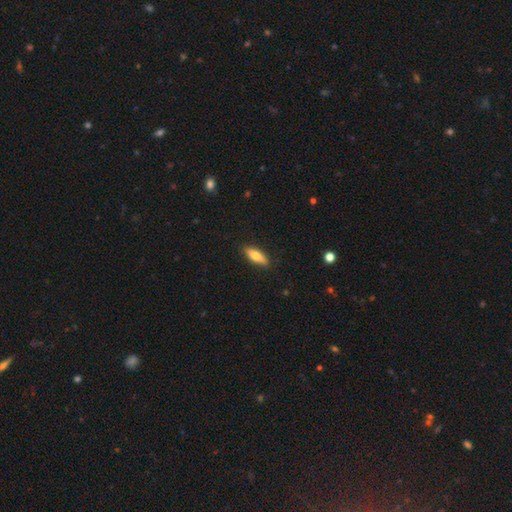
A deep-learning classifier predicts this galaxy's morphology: smooth_or_featured: smooth (p=0.72) [alt: featured or disk p=0.23]
how_rounded: in between (p=0.57) [alt: cigar-shaped p=0.40]
merging: none (p=0.89) [alt: minor disturbance p=0.08]